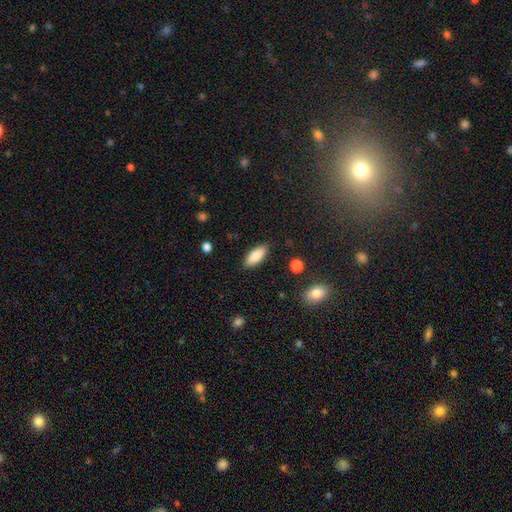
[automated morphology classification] Q: Smooth or featured?
A: smooth (84%); runner-up: featured or disk (10%)
Q: How rounded?
A: in between (81%); runner-up: cigar-shaped (17%)
Q: Merging?
A: none (87%); runner-up: minor disturbance (9%)